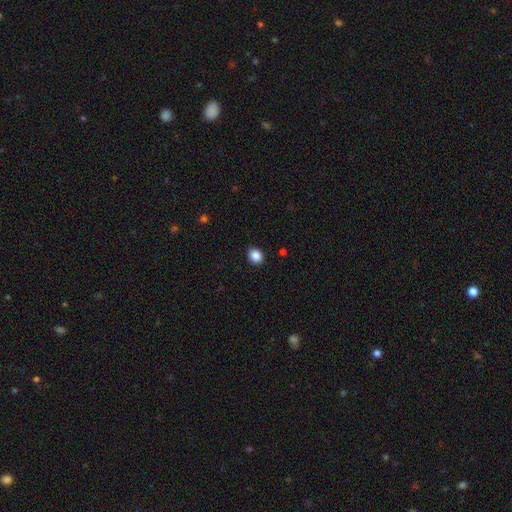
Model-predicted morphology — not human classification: A smooth galaxy with no disk features (88%) that is round (67%).

Vote fractions:
- Smooth or featured? smooth: 88% / star or artifact: 9% / featured or disk: 3%
- How rounded? round: 67% / in between: 32% / cigar-shaped: 1%
- Merging? none: 91% / minor disturbance: 6% / major disturbance: 2% / merger: 1%